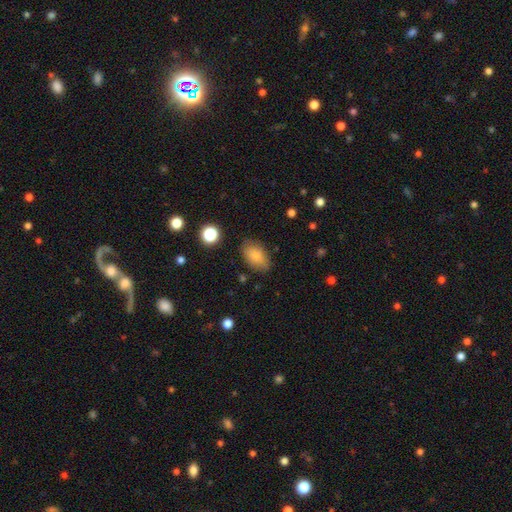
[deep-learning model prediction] This appears to be a smooth galaxy with no disk features (80%) that is in between round and cigar-shaped (89%). Merging: none (80%).